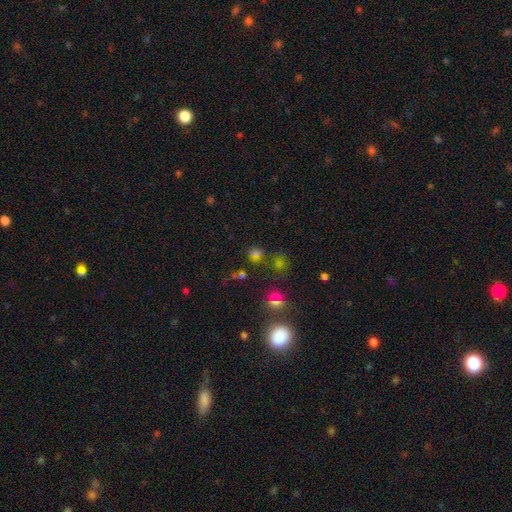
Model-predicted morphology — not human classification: Smooth or featured: smooth — 55% (star or artifact — 37%)
How rounded: round — 65% (in between — 34%)
Merging: none — 65% (merger — 15%)